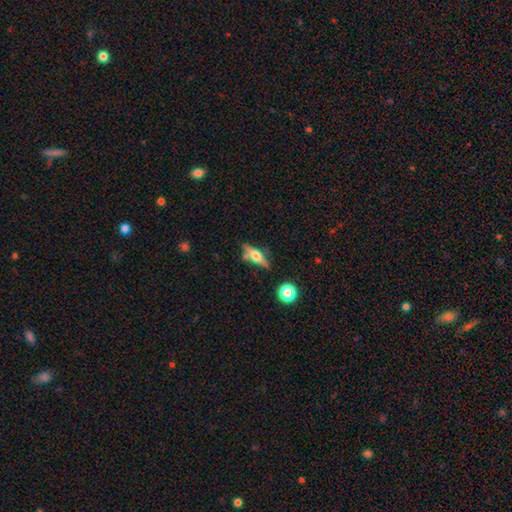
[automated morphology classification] A featured or disk galaxy (58%) viewed edge-on (92%) with a rounded central bulge (92%).

Vote fractions:
- Smooth or featured? featured or disk: 58% / smooth: 35% / star or artifact: 7%
- Edge-on disk? yes: 92% / no: 8%
- Edge-on bulge? rounded: 92% / boxy: 6% / none: 2%
- Merging? none: 74% / minor disturbance: 14% / merger: 8% / major disturbance: 4%